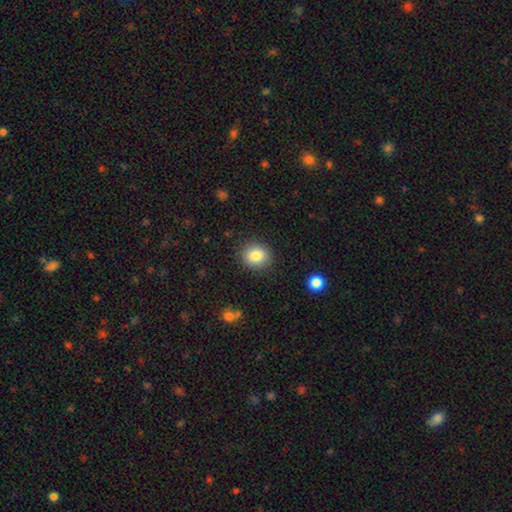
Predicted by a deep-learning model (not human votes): This appears to be a smooth galaxy with no disk features (84%) that is round (81%). Merging: none (89%).